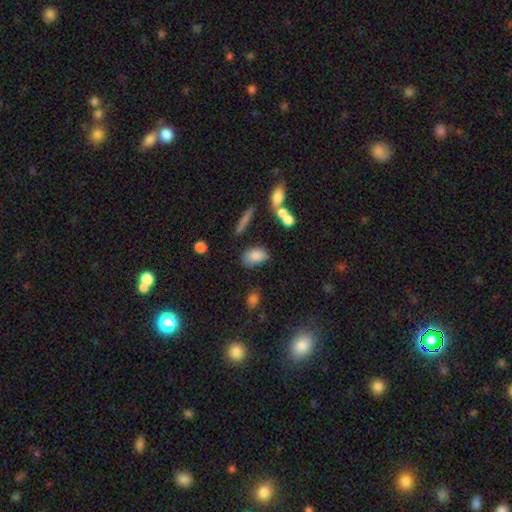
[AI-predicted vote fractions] Morphology: type=smooth (82%); roundness=in between (89%); merging=none (62%).